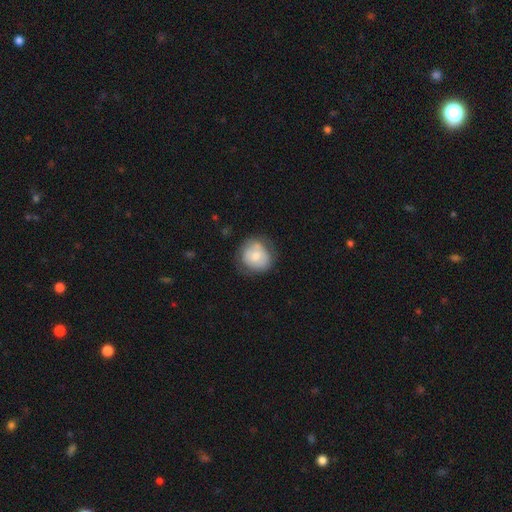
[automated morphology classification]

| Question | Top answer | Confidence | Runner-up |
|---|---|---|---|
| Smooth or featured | smooth | 65% | featured or disk (28%) |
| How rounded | round | 83% | in between (16%) |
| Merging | none | 63% | minor disturbance (25%) |